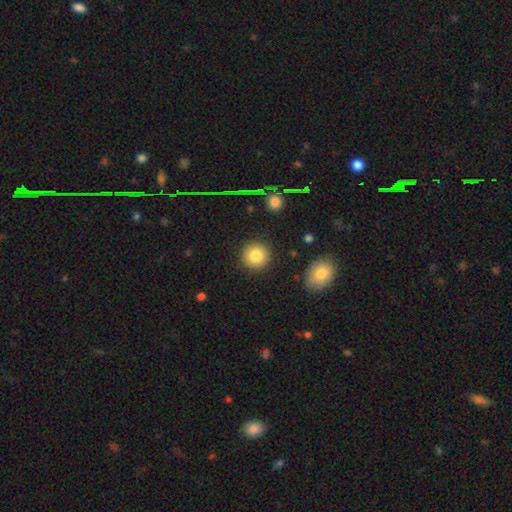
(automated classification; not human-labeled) Smooth or featured? smooth (84%)
How rounded? round (93%)
Merging? none (90%)